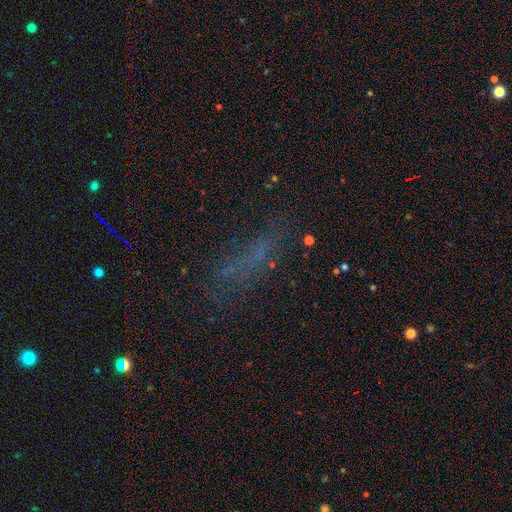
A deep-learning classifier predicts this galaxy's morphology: A smooth galaxy with no disk features (41%).

Vote fractions:
- Smooth or featured? smooth: 41% / star or artifact: 35% / featured or disk: 25%
- Merging? none: 55% / major disturbance: 21% / minor disturbance: 20% / merger: 4%